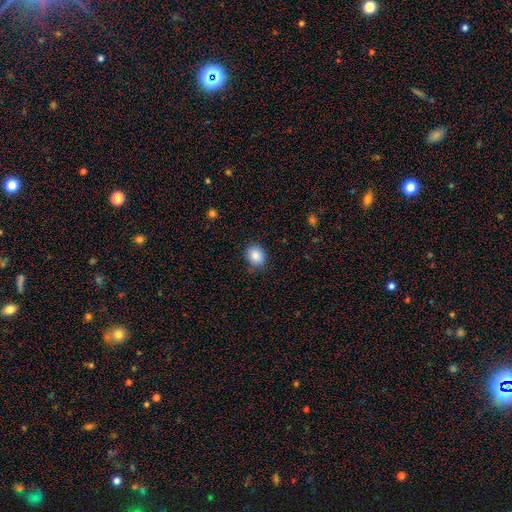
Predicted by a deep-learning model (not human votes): Overall: smooth (87%). How rounded: round (53%; in between 46%). Merging: none (82%).